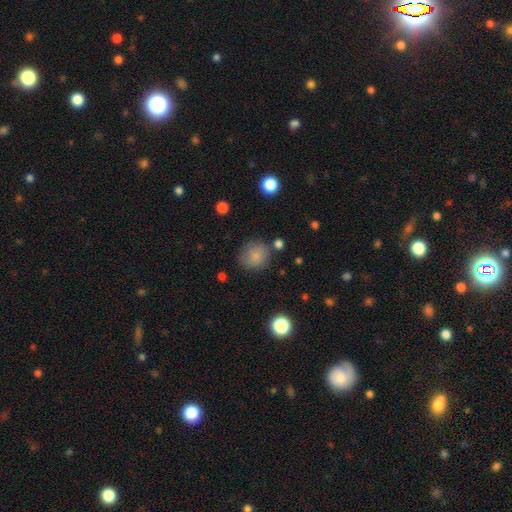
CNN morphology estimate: Smooth or featured? smooth (82%)
How rounded? round (81%)
Merging? none (74%)